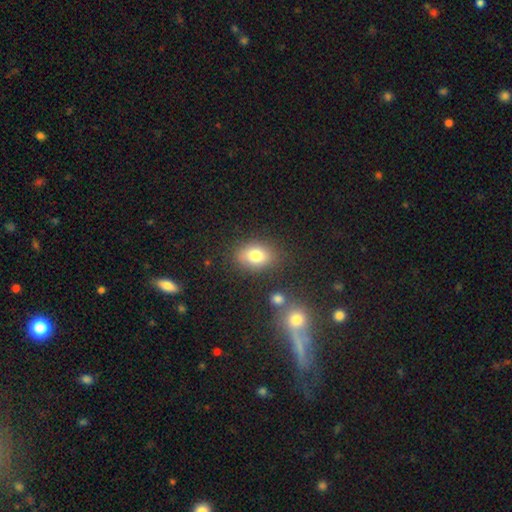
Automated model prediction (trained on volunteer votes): smooth_or_featured: smooth (p=0.79) [alt: featured or disk p=0.11]
how_rounded: in between (p=0.77) [alt: round p=0.22]
merging: none (p=0.79) [alt: minor disturbance p=0.12]